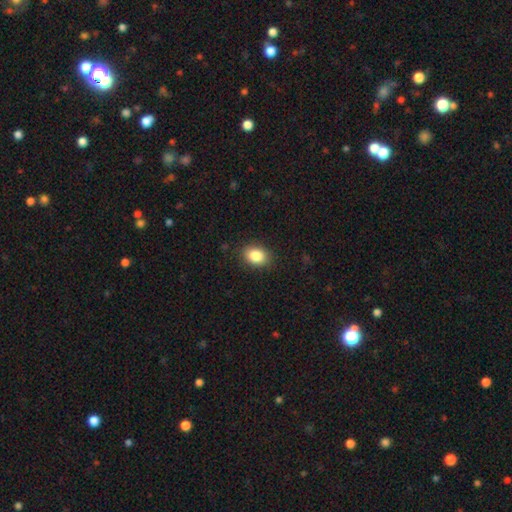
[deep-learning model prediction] A smooth galaxy with no disk features (86%) that is in between round and cigar-shaped (70%). Merging: none (88%).